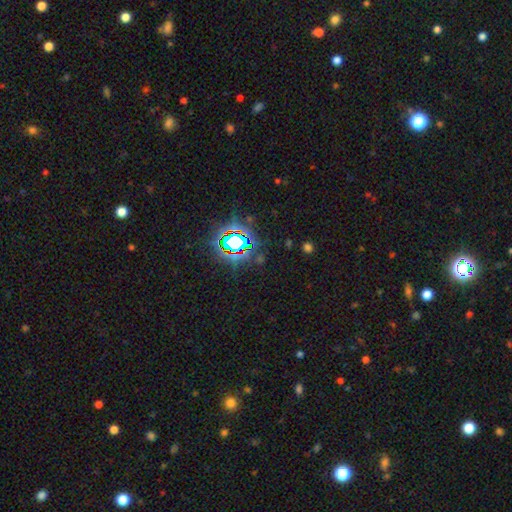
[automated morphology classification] type=star or artifact (80%).